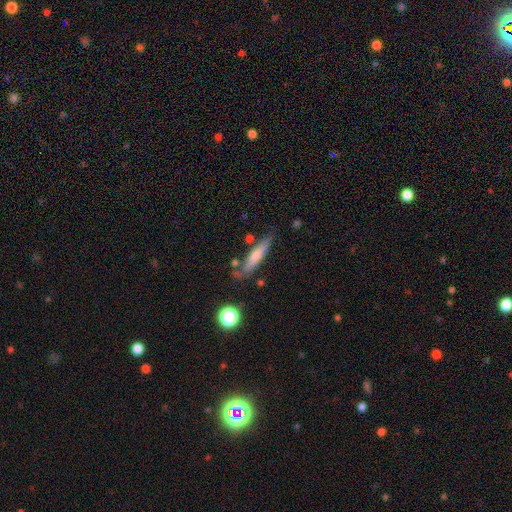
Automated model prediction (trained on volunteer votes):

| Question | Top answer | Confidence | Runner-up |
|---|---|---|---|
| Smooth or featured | smooth | 65% | featured or disk (28%) |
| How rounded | cigar-shaped | 81% | in between (17%) |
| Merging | none | 70% | minor disturbance (18%) |